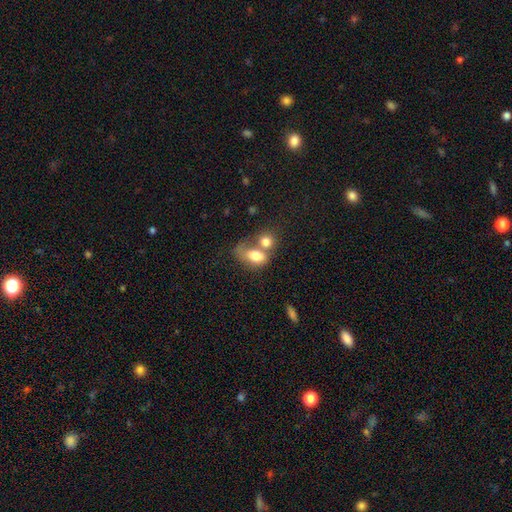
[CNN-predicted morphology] A smooth galaxy with no disk features (73%) that is in between round and cigar-shaped (77%).

Vote fractions:
- Smooth or featured? smooth: 73% / featured or disk: 18% / star or artifact: 8%
- How rounded? in between: 77% / round: 21% / cigar-shaped: 2%
- Merging? merger: 63% / none: 17% / major disturbance: 10% / minor disturbance: 9%